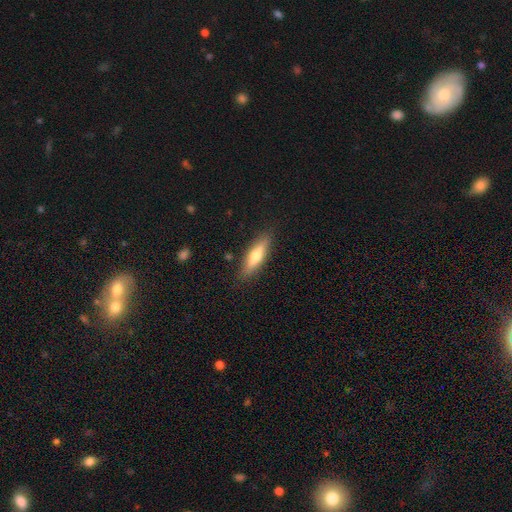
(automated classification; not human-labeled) This is possibly a smooth galaxy (50%). Merging: clearly none (87%).